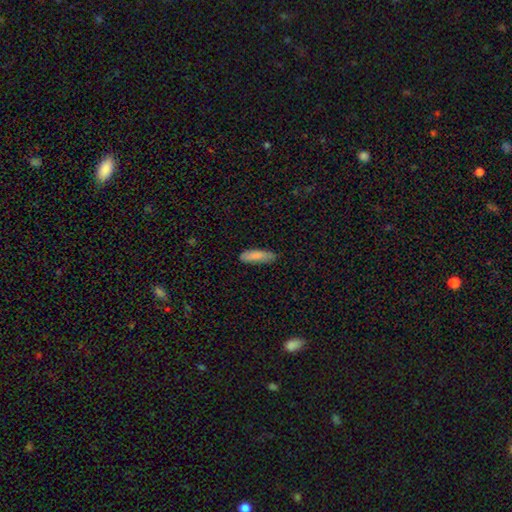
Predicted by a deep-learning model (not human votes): Smooth or featured? smooth (85%)
How rounded? cigar-shaped (58%)
Merging? none (72%)